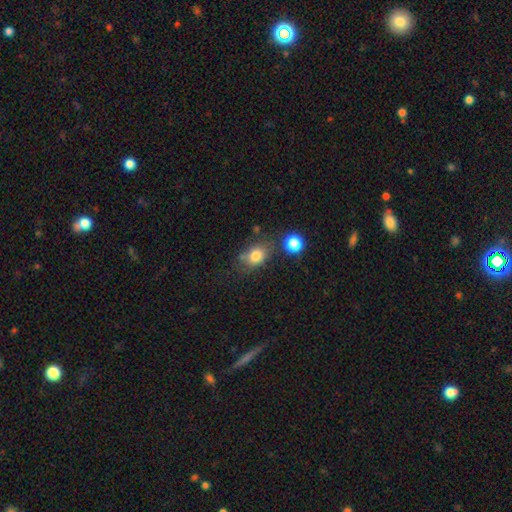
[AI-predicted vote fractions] This appears to be a smooth galaxy with no disk features (79%) that is in between round and cigar-shaped (59%). Merging: none (60%).